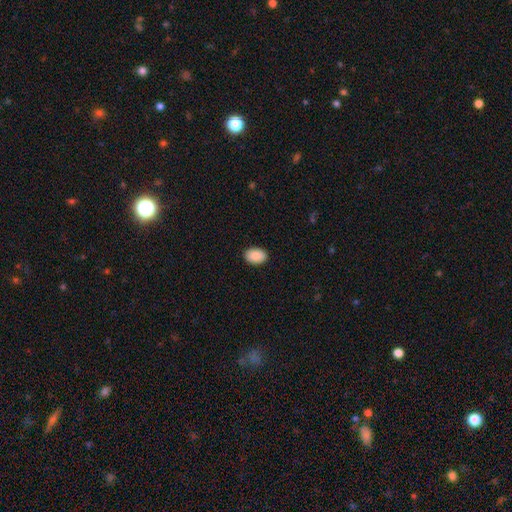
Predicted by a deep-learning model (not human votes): smooth-or-featured: smooth: 90% | star or artifact: 7% | featured or disk: 3%
  how-rounded: in between: 85% | round: 14% | cigar-shaped: 1%
  merging: none: 90% | minor disturbance: 7% | major disturbance: 2% | merger: 1%